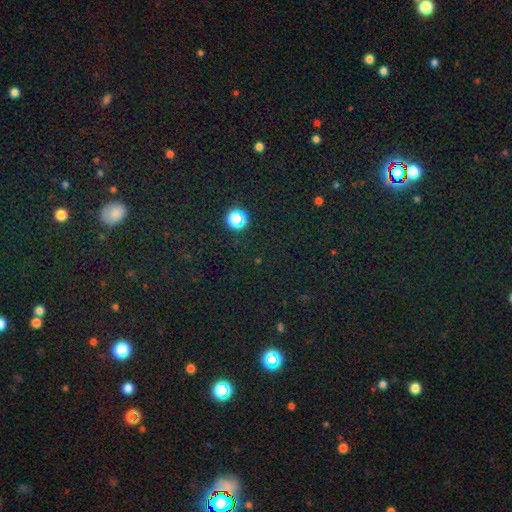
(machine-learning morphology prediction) Smooth or featured?
  - star or artifact: 72% *
  - smooth: 20%
  - featured or disk: 8%